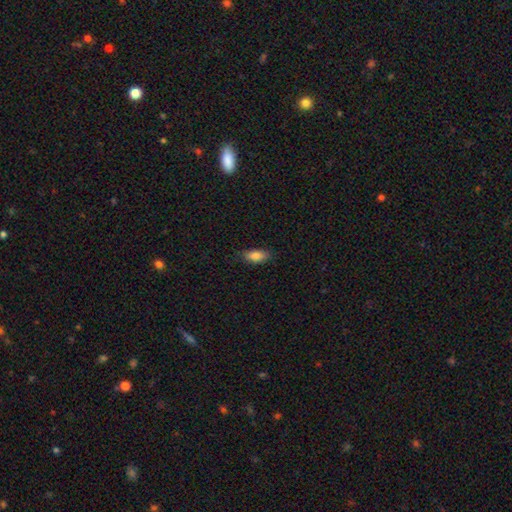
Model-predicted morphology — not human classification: Smooth or featured?
  - smooth: 84% *
  - featured or disk: 9%
  - star or artifact: 7%
How rounded?
  - in between: 85% *
  - cigar-shaped: 12%
  - round: 3%
Merging?
  - none: 82% *
  - minor disturbance: 15%
  - major disturbance: 3%
  - merger: 1%